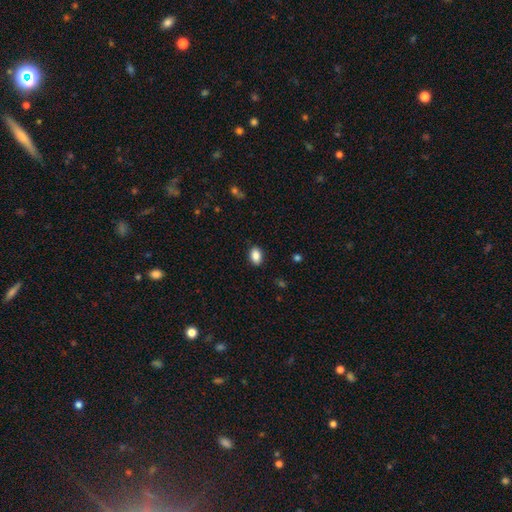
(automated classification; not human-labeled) smooth 88%, star or artifact 8%, featured or disk 4%. Down the decision tree: how rounded — in between (85%); merging — none (88%).